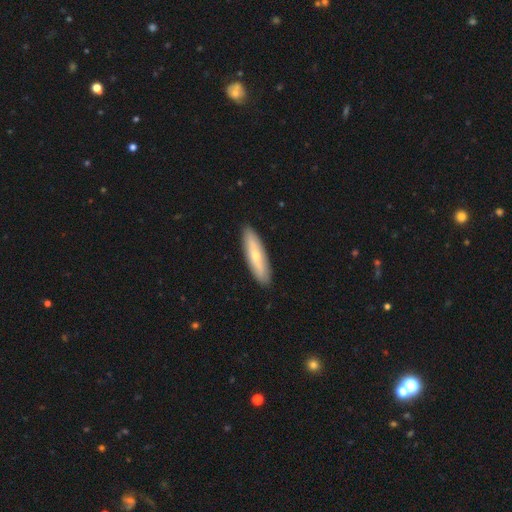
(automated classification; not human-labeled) smooth_or_featured: smooth (p=0.56) [alt: featured or disk p=0.39]
how_rounded: cigar-shaped (p=0.72) [alt: in between p=0.27]
merging: none (p=0.91) [alt: minor disturbance p=0.07]